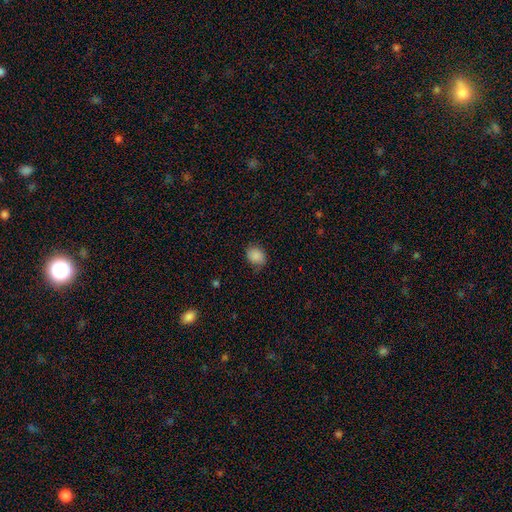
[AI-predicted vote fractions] Smooth or featured? smooth (87%)
How rounded? in between (54%)
Merging? none (73%)